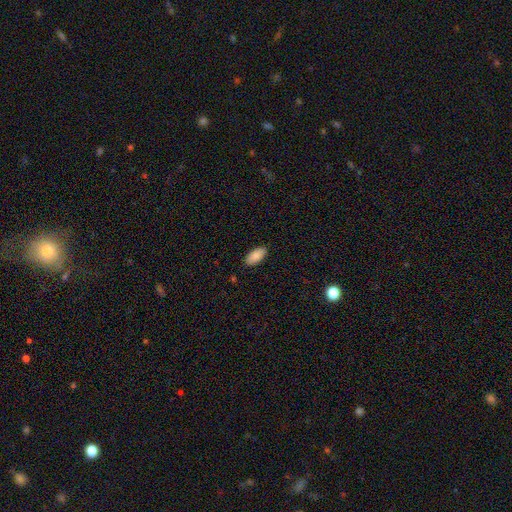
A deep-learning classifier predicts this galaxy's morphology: A smooth galaxy with no disk features (86%) that is in between round and cigar-shaped (92%).

Vote fractions:
- Smooth or featured? smooth: 86% / featured or disk: 7% / star or artifact: 6%
- How rounded? in between: 92% / cigar-shaped: 6% / round: 2%
- Merging? none: 89% / minor disturbance: 8% / major disturbance: 2% / merger: 1%